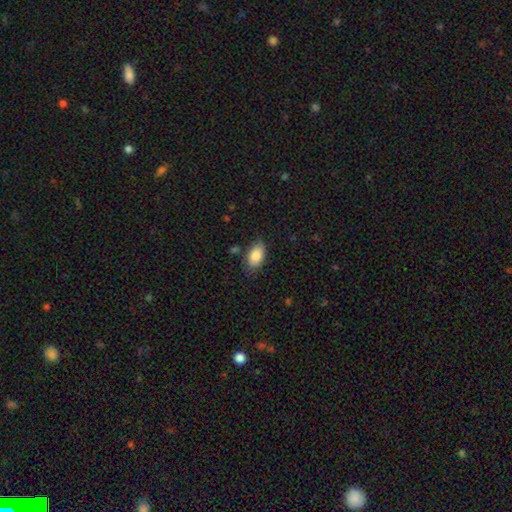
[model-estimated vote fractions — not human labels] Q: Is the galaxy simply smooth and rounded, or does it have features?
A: smooth — 86%.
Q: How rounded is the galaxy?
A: in between — 93%.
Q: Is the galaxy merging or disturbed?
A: none — 75%.